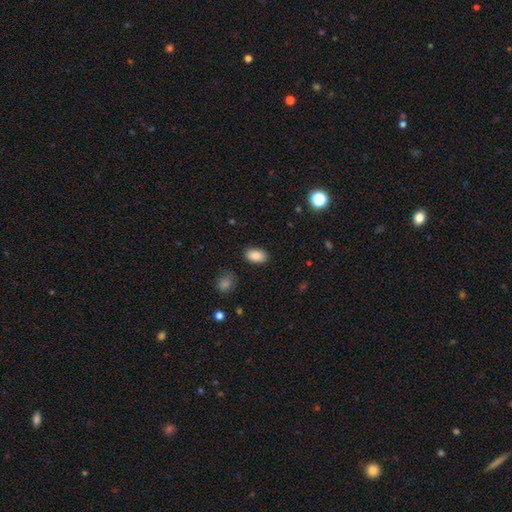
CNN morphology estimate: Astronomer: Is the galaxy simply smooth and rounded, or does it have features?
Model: smooth — 87%.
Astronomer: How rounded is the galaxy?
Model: in between — 92%.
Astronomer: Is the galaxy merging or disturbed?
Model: none — 86%.